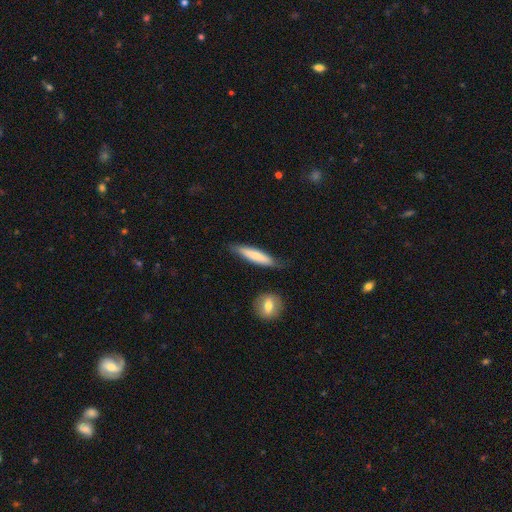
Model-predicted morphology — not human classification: The model was most divided on "smooth or featured": smooth: 73%, featured or disk: 21%, star or artifact: 5%. More confident: how rounded — cigar-shaped (84%); merging — none (74%).